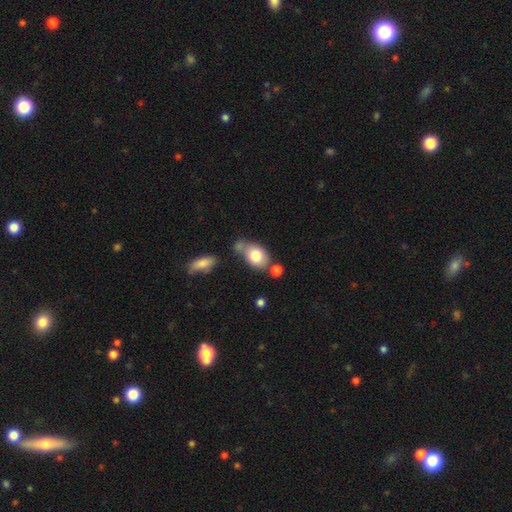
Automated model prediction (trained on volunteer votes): Smooth or featured? Predicted: smooth (p=0.77). How rounded? Predicted: in between (p=0.76). Merging? Predicted: none (p=0.44).